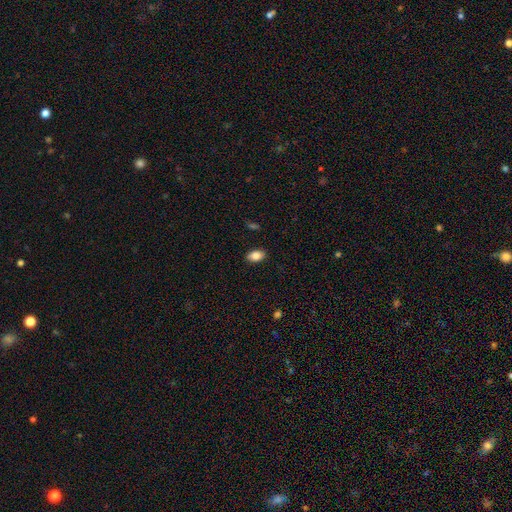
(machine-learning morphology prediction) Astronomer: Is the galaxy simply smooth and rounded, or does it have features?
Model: smooth — 83%.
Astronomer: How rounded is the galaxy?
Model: in between — 90%.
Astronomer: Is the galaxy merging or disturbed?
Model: none — 88%.